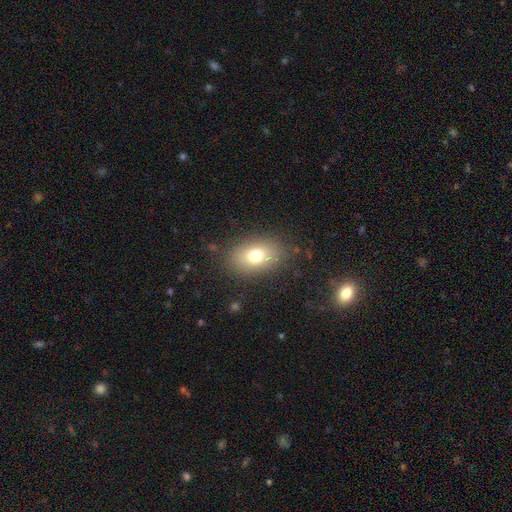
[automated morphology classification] type=smooth (74%); roundness=in between (80%); merging=none (83%).